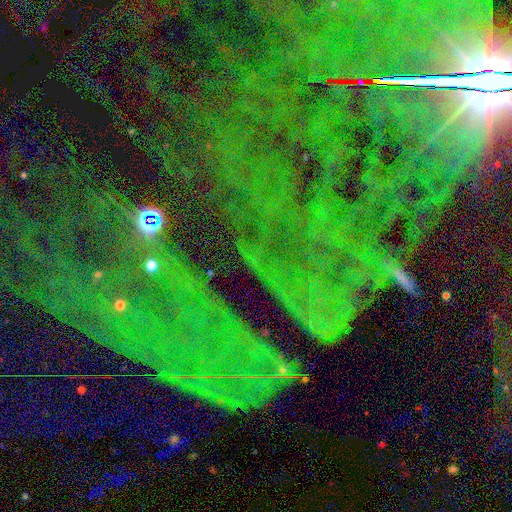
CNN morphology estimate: smooth_or_featured: star or artifact (p=0.85) [alt: featured or disk p=0.08]